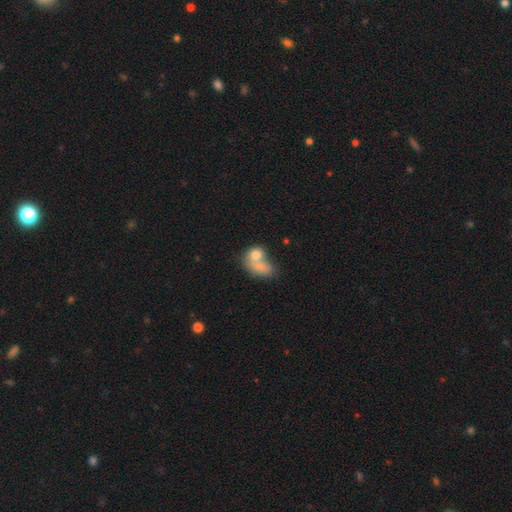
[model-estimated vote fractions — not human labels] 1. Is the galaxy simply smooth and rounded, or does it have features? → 74% smooth, 18% featured or disk, 8% star or artifact.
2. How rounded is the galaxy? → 62% in between, 37% round, 2% cigar-shaped.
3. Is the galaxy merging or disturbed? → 70% merger, 17% none, 7% minor disturbance, 6% major disturbance.